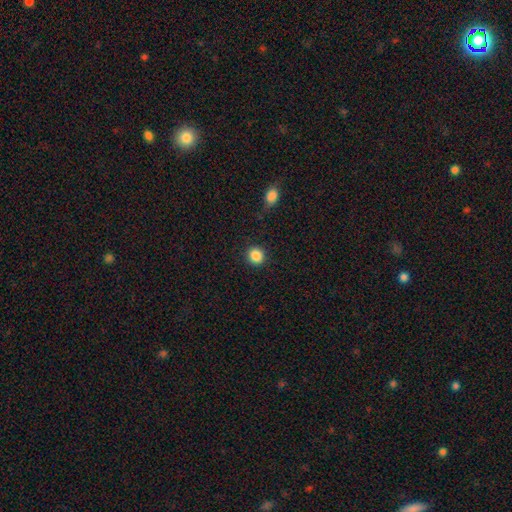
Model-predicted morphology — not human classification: Smooth or featured: smooth — 87% (star or artifact — 10%)
How rounded: round — 89% (in between — 10%)
Merging: none — 89% (minor disturbance — 7%)